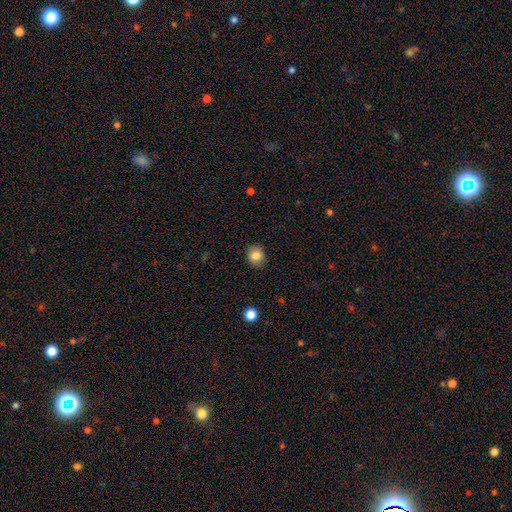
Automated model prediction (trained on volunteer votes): Morphology: type=smooth (83%); roundness=round (80%); merging=none (87%).